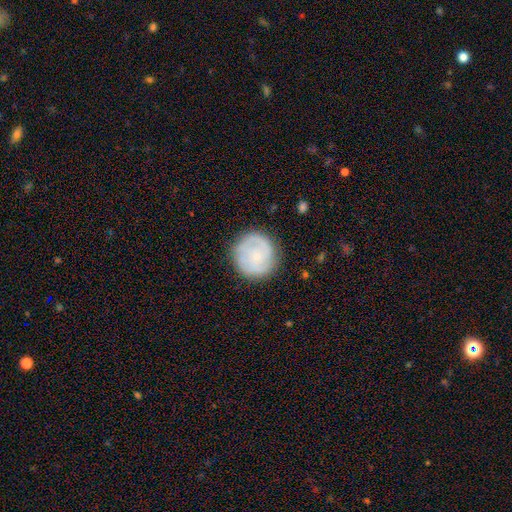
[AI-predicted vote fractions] Q: Smooth or featured?
A: featured or disk (64%); runner-up: smooth (30%)
Q: Edge-on disk?
A: no (98%); runner-up: yes (2%)
Q: Bar?
A: no (77%); runner-up: weak (19%)
Q: Spiral arms?
A: yes (86%); runner-up: no (14%)
Q: Spiral winding?
A: tight (59%); runner-up: medium (31%)
Q: Spiral arm count?
A: 2 (42%); runner-up: can't tell (27%)
Q: Bulge size?
A: small (79%); runner-up: moderate (14%)
Q: Merging?
A: none (82%); runner-up: minor disturbance (12%)